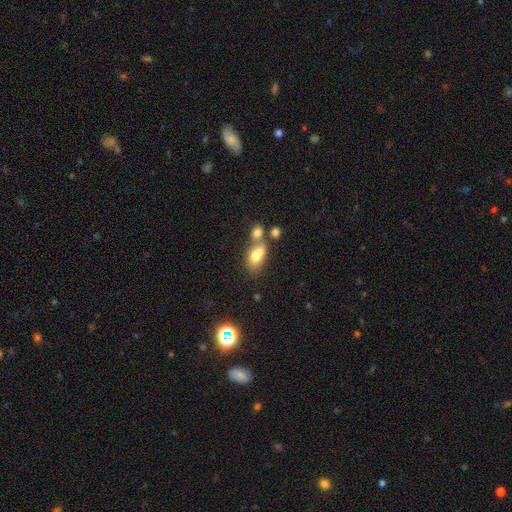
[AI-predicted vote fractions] Overall: smooth (71%). How rounded: in between (78%). Merging: merger (50%; none 32%).